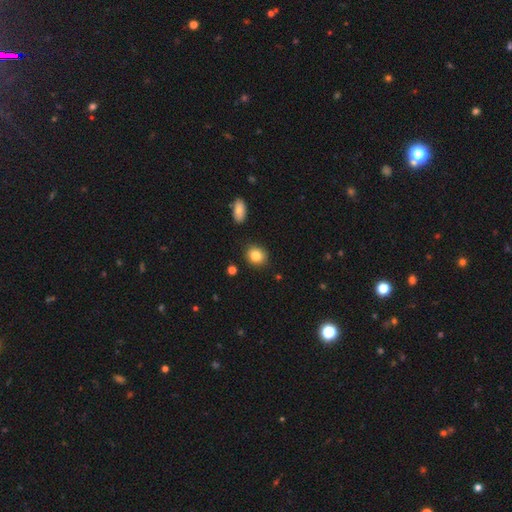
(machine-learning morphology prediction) type=smooth (84%); roundness=round (71%); merging=none (88%).